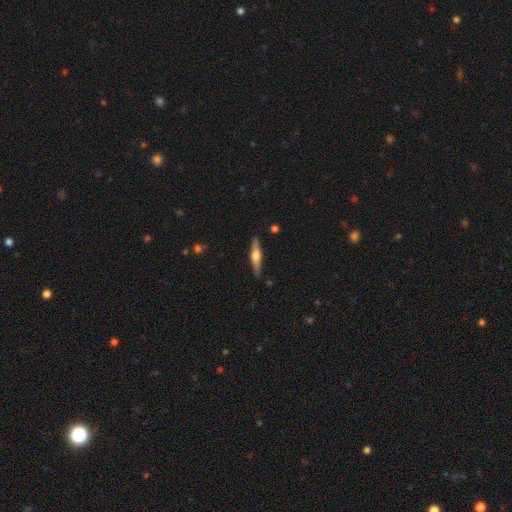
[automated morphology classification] Smooth or featured? Predicted: featured or disk (p=0.62). Edge-on disk? Predicted: yes (p=0.97). Edge-on bulge? Predicted: rounded (p=0.87). Merging? Predicted: none (p=0.88).